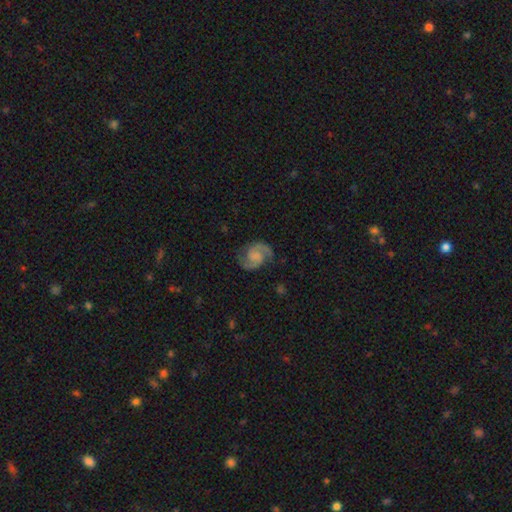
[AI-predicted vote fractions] Smooth or featured? featured or disk (86%)
Edge-on disk? no (98%)
Bar? no (53%)
Spiral arms? yes (97%)
Spiral winding? medium (58%)
Spiral arm count? 2 (94%)
Bulge size? none (59%)
Merging? none (79%)